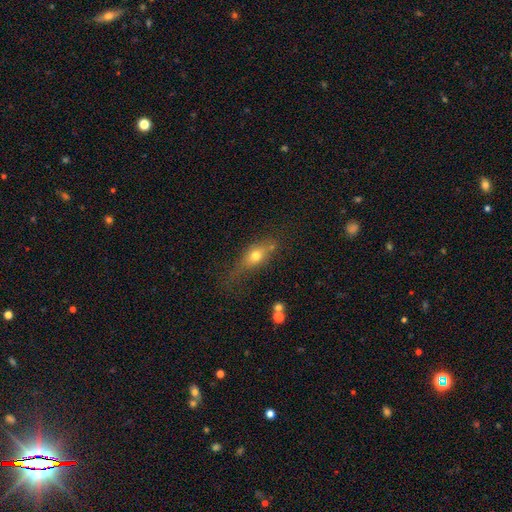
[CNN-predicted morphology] This is likely a smooth galaxy (66%). How rounded: likely in between (65%). Merging: possibly none (52%).